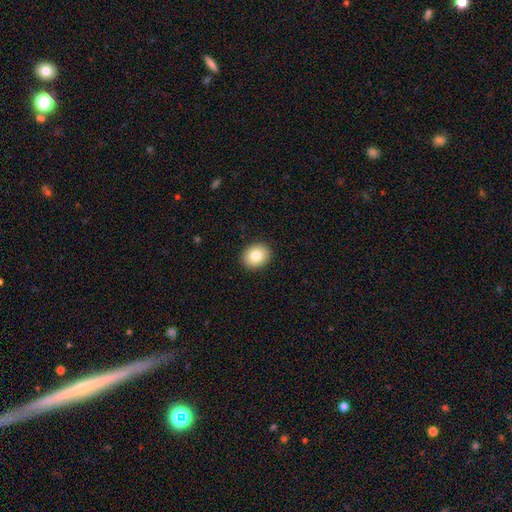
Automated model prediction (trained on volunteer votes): Smooth or featured?
  - smooth: 81% *
  - featured or disk: 10%
  - star or artifact: 9%
How rounded?
  - round: 58% *
  - in between: 41%
  - cigar-shaped: 1%
Merging?
  - none: 91% *
  - minor disturbance: 6%
  - major disturbance: 2%
  - merger: 1%